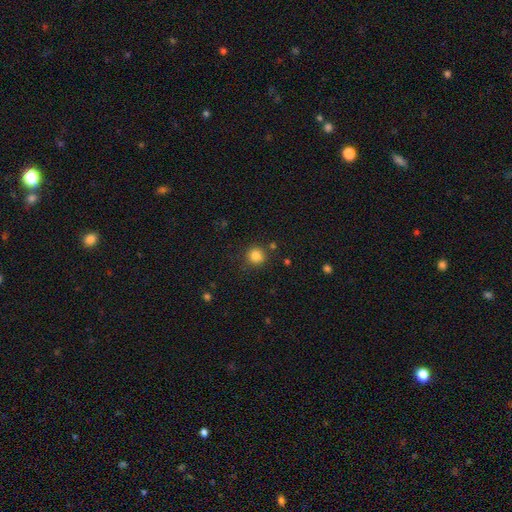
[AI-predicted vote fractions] smooth-or-featured: smooth: 84% | star or artifact: 12% | featured or disk: 4%
  how-rounded: round: 91% | in between: 8% | cigar-shaped: 1%
  merging: none: 85% | minor disturbance: 9% | merger: 3% | major disturbance: 3%